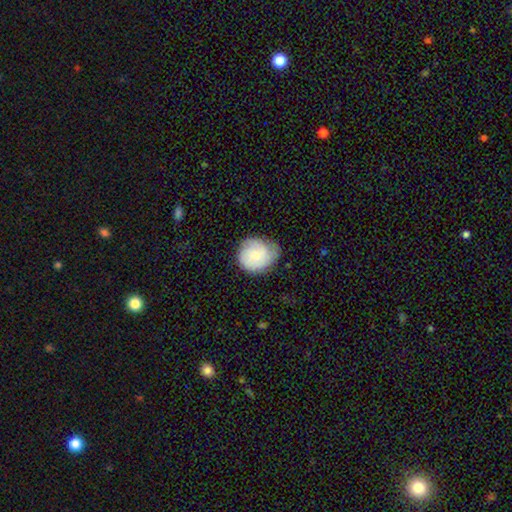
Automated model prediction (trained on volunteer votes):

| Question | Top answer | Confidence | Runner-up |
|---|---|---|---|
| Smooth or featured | smooth | 62% | featured or disk (31%) |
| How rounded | round | 75% | in between (24%) |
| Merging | none | 57% | minor disturbance (33%) |